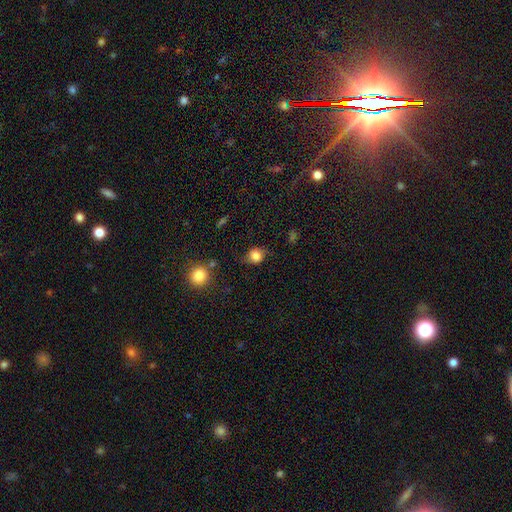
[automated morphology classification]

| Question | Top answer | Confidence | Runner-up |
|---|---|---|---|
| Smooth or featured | smooth | 82% | star or artifact (10%) |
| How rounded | round | 74% | in between (25%) |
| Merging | none | 73% | minor disturbance (20%) |